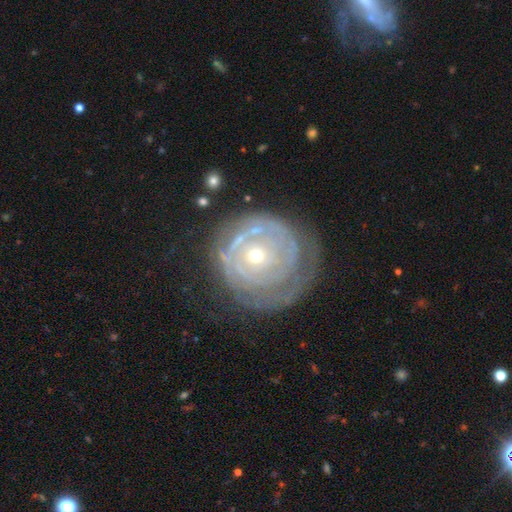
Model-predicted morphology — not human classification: Overall: featured or disk (78%). Edge-on disk: no (97%). Bar: no (84%). Spiral arms: yes (78%). Spiral arm count: can't tell (50%; 2 17%). Spiral winding: tight (83%). Bulge size: small (66%; moderate 31%). Merging: none (63%).